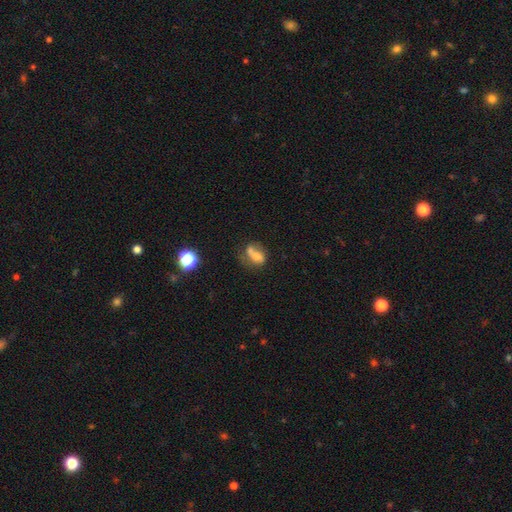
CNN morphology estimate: Smooth or featured? smooth (59%)
How rounded? in between (69%)
Merging? merger (43%)